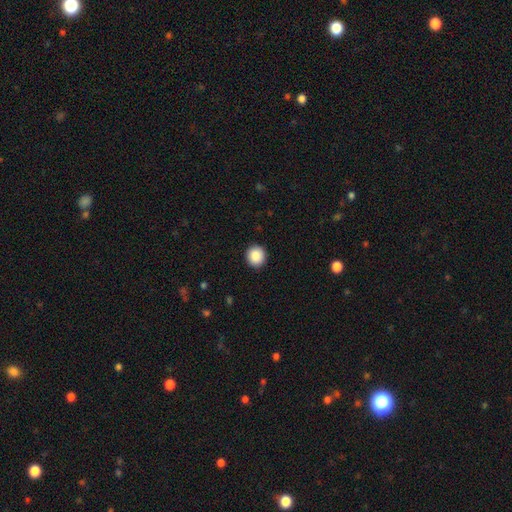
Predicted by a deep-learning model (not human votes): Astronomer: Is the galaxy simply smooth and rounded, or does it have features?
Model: smooth — 88%.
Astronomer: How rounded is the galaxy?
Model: round — 92%.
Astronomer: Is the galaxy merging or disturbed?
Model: none — 92%.